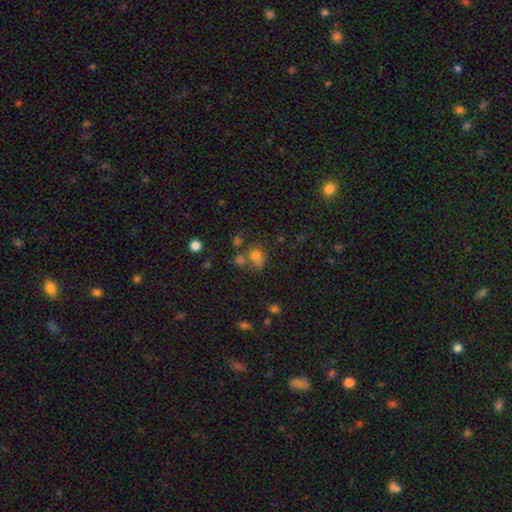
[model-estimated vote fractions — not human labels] Smooth or featured? smooth (71%)
How rounded? round (54%)
Merging? none (43%)